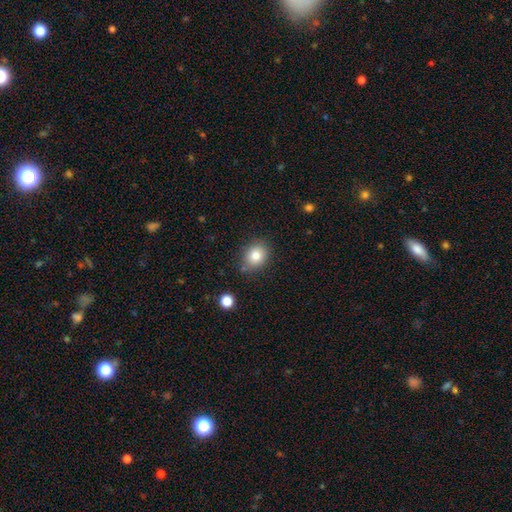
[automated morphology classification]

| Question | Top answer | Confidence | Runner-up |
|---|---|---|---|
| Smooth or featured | smooth | 82% | star or artifact (10%) |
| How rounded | round | 54% | in between (45%) |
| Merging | none | 78% | minor disturbance (14%) |